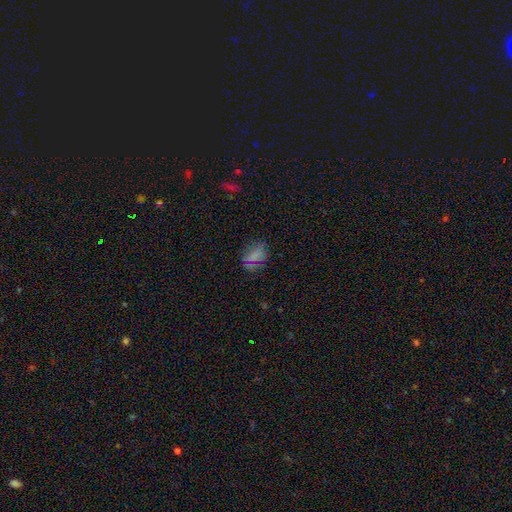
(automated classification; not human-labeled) Smooth or featured? Predicted: smooth (p=0.65). How rounded? Predicted: in between (p=0.72). Merging? Predicted: none (p=0.70).